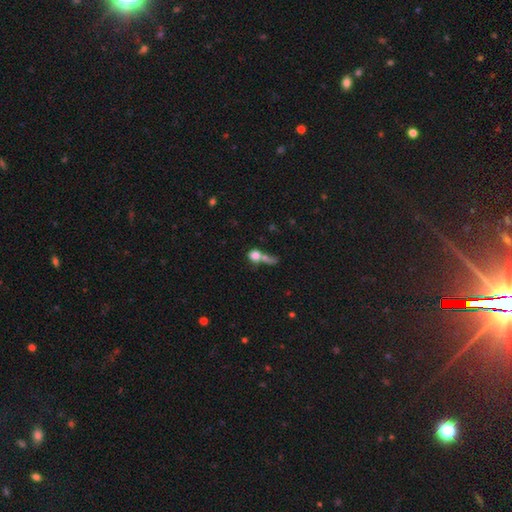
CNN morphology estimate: Smooth or featured: smooth — 74% (featured or disk — 13%)
How rounded: round — 74% (in between — 22%)
Merging: merger — 51% (none — 29%)